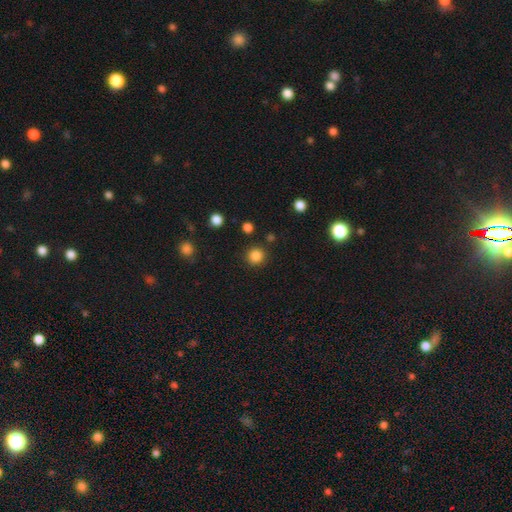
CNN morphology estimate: This is clearly a smooth galaxy (84%). How rounded: clearly round (94%). Merging: clearly none (89%).